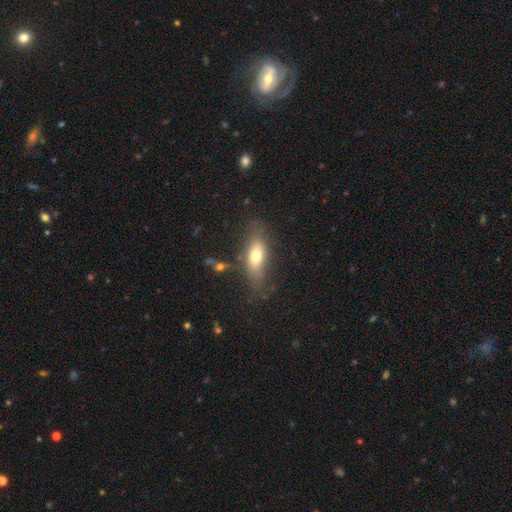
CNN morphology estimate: Smooth or featured: smooth — 68% (featured or disk — 24%)
How rounded: in between — 71% (cigar-shaped — 24%)
Merging: none — 66% (minor disturbance — 21%)